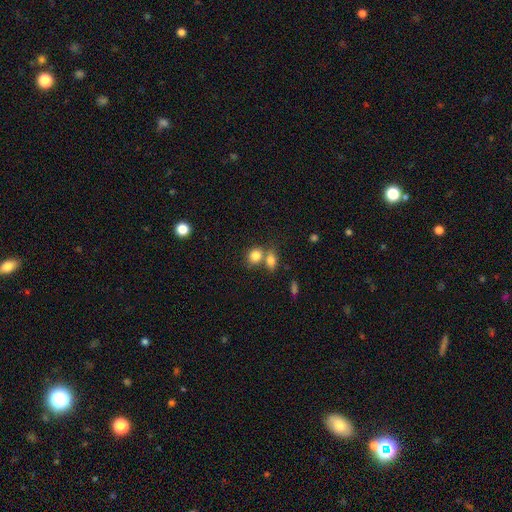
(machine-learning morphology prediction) smooth_or_featured: smooth (p=0.82) [alt: star or artifact p=0.10]
how_rounded: round (p=0.57) [alt: in between p=0.41]
merging: none (p=0.44) [alt: merger p=0.43]